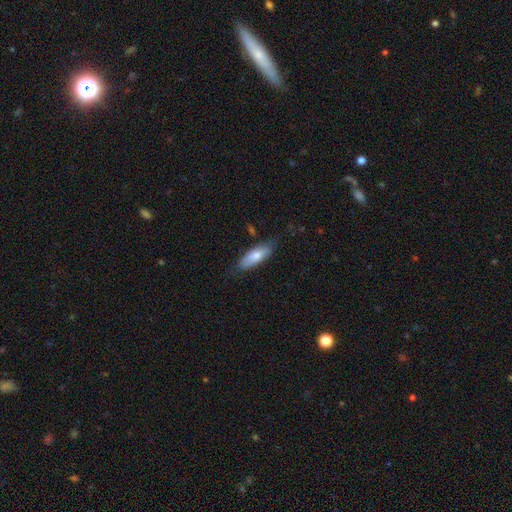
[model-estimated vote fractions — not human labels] Smooth or featured? Predicted: smooth (p=0.71). How rounded? Predicted: in between (p=0.68). Merging? Predicted: none (p=0.74).